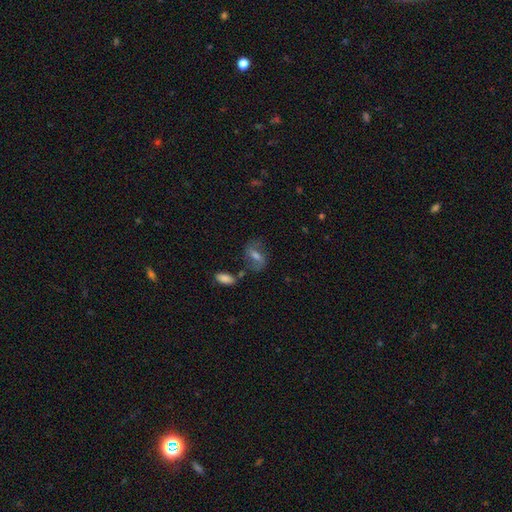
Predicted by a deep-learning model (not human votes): featured or disk 46%, smooth 41%, star or artifact 13%. Down the decision tree: merging — none (62%).